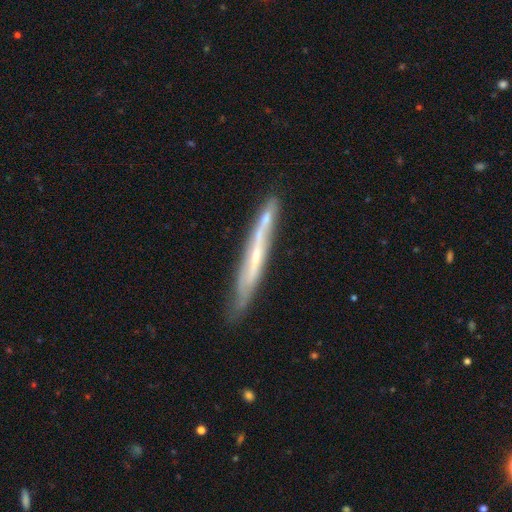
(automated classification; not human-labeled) A featured or disk galaxy (68%) viewed edge-on (83%) with no central bulge (68%).

Vote fractions:
- Smooth or featured? featured or disk: 68% / smooth: 26% / star or artifact: 6%
- Edge-on disk? yes: 83% / no: 17%
- Edge-on bulge? none: 68% / rounded: 24% / boxy: 8%
- Merging? none: 70% / minor disturbance: 21% / merger: 5% / major disturbance: 5%